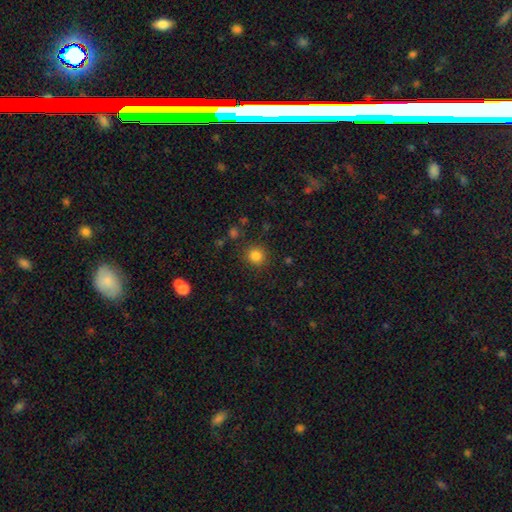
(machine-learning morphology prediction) type=smooth (83%); roundness=round (92%); merging=none (88%).